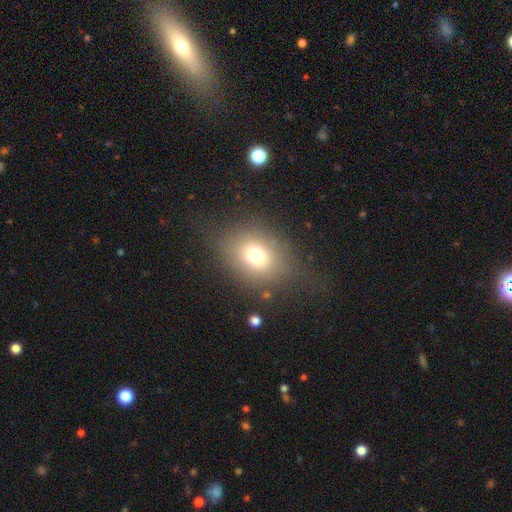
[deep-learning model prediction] Smooth or featured?
  - smooth: 71% *
  - star or artifact: 16%
  - featured or disk: 13%
How rounded?
  - round: 50% *
  - in between: 49%
  - cigar-shaped: 1%
Merging?
  - none: 72% *
  - minor disturbance: 15%
  - major disturbance: 11%
  - merger: 2%